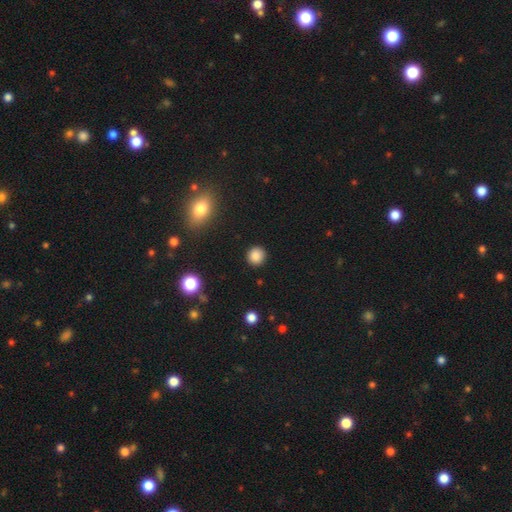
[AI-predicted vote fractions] Smooth or featured?
  - smooth: 85% *
  - star or artifact: 11%
  - featured or disk: 4%
How rounded?
  - round: 90% *
  - in between: 9%
  - cigar-shaped: 1%
Merging?
  - none: 90% *
  - minor disturbance: 6%
  - major disturbance: 2%
  - merger: 1%